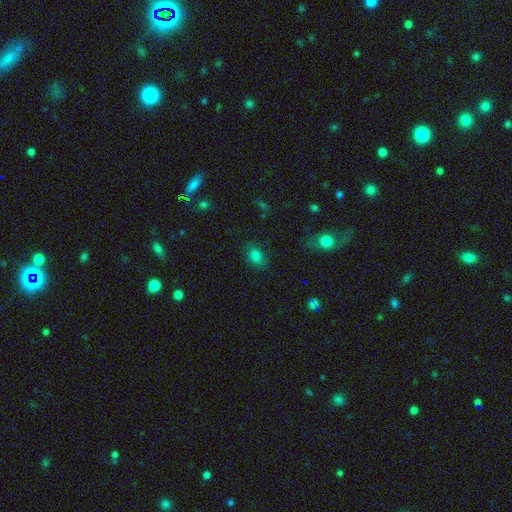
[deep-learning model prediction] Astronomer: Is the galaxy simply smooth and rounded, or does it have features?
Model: smooth — 79%.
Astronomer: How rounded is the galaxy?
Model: in between — 78%.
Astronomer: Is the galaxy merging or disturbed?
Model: none — 81%.